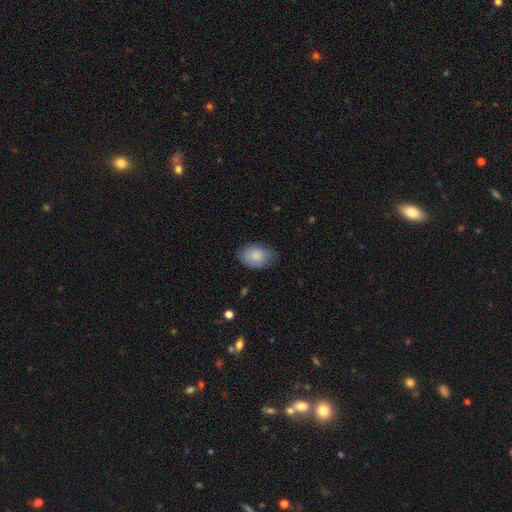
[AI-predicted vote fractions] smooth_or_featured: smooth (p=0.83) [alt: featured or disk p=0.11]
how_rounded: in between (p=0.84) [alt: round p=0.15]
merging: none (p=0.68) [alt: minor disturbance p=0.25]